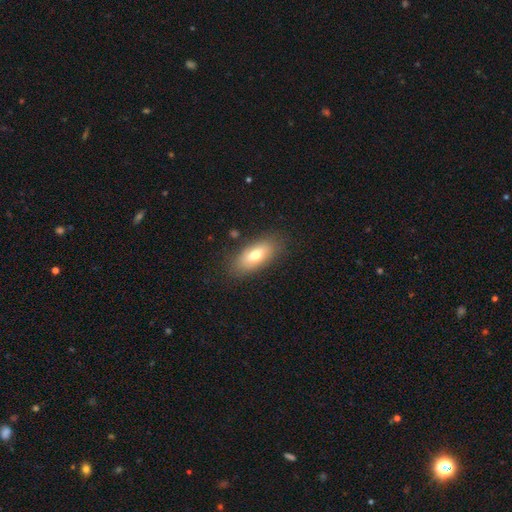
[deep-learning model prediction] Overall: smooth (71%). How rounded: in between (85%). Merging: none (83%).